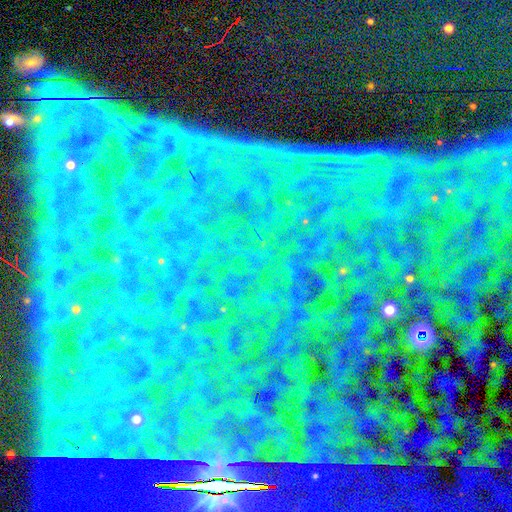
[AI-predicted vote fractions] The model was most divided on "smooth or featured": star or artifact: 84%, smooth: 8%, featured or disk: 8%.